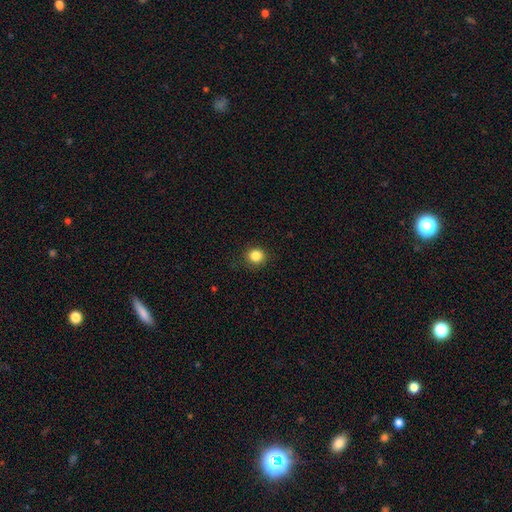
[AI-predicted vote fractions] Overall: smooth (85%). How rounded: round (89%). Merging: none (88%).